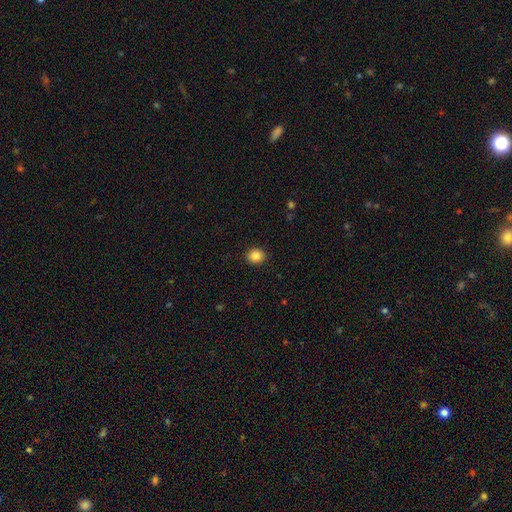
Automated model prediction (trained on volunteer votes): Morphology: type=smooth (86%); roundness=round (75%); merging=none (91%).